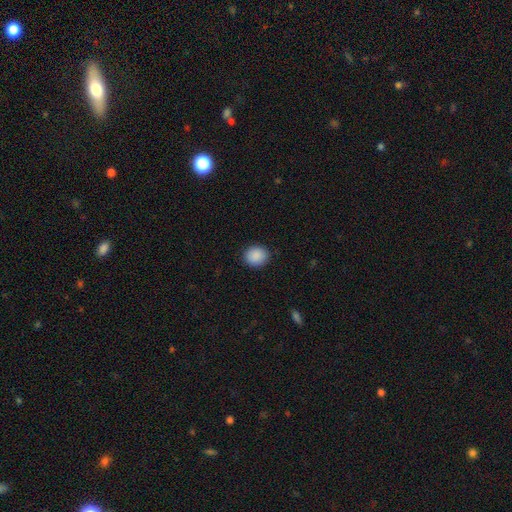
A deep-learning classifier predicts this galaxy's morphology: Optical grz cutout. It shows a smooth galaxy with no disk features (90%) that is round (72%). Merging: none (89%).